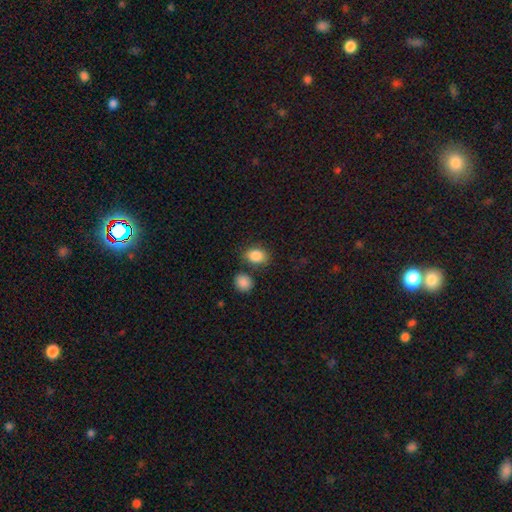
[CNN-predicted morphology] Smooth or featured? smooth (87%)
How rounded? in between (68%)
Merging? none (68%)